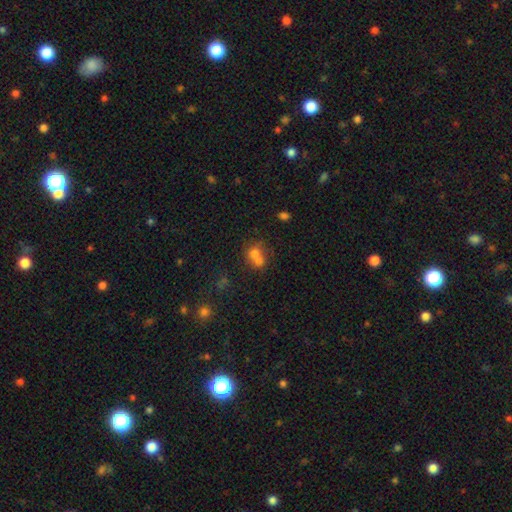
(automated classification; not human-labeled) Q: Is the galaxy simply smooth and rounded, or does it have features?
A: smooth — 66%.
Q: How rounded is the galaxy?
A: round — 67%.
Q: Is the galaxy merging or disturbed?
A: merger — 64%.